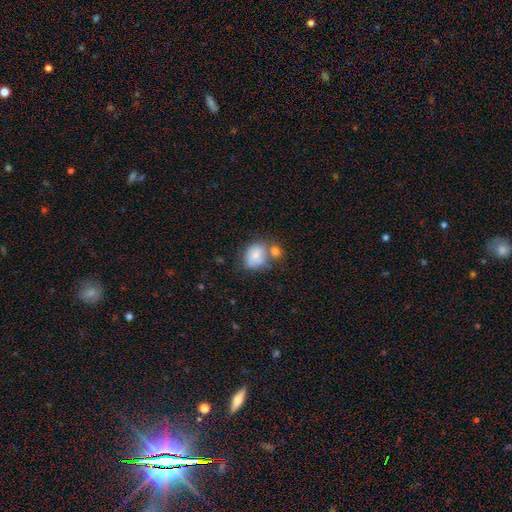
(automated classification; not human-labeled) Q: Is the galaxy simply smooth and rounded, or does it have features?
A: smooth — 73%.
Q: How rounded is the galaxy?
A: in between — 58%.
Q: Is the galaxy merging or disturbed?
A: none — 40%.